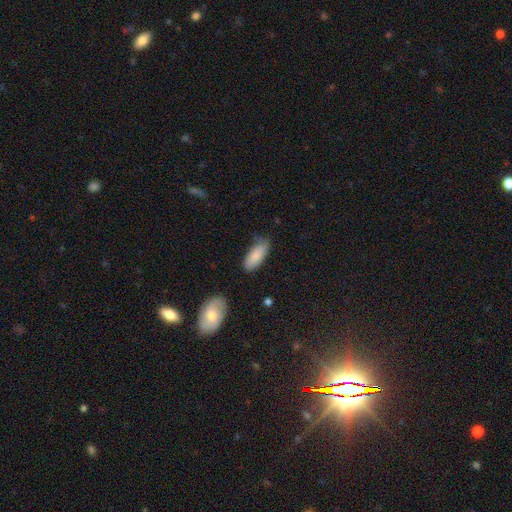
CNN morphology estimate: A smooth galaxy with no disk features (86%) that is in between round and cigar-shaped (81%).

Vote fractions:
- Smooth or featured? smooth: 86% / featured or disk: 8% / star or artifact: 6%
- How rounded? in between: 81% / cigar-shaped: 18% / round: 2%
- Merging? none: 73% / minor disturbance: 21% / major disturbance: 4% / merger: 2%